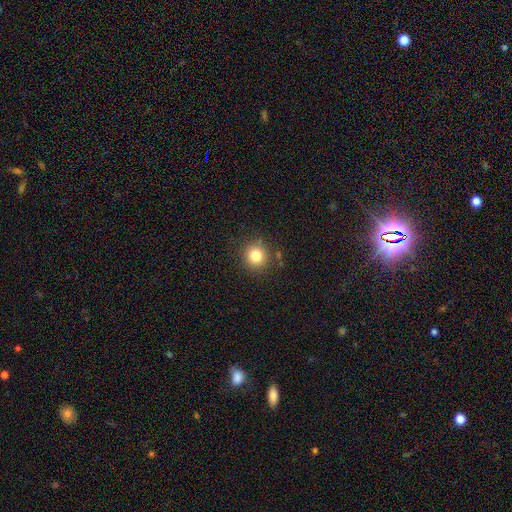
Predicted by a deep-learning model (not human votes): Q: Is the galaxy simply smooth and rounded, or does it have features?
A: smooth — 81%.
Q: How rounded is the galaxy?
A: round — 92%.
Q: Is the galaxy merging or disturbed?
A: none — 86%.